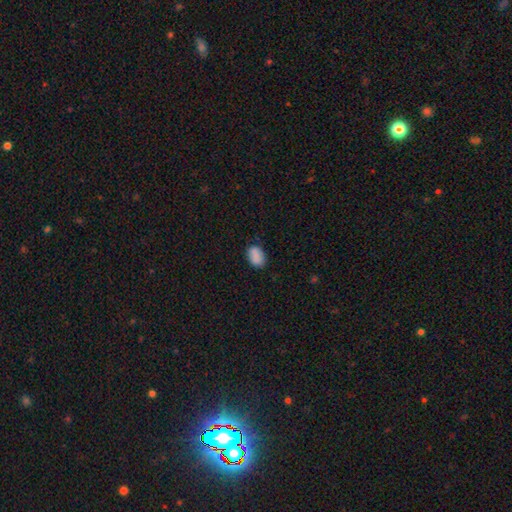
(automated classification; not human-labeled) smooth_or_featured: smooth (p=0.86) [alt: star or artifact p=0.08]
how_rounded: in between (p=0.84) [alt: round p=0.15]
merging: none (p=0.79) [alt: minor disturbance p=0.16]